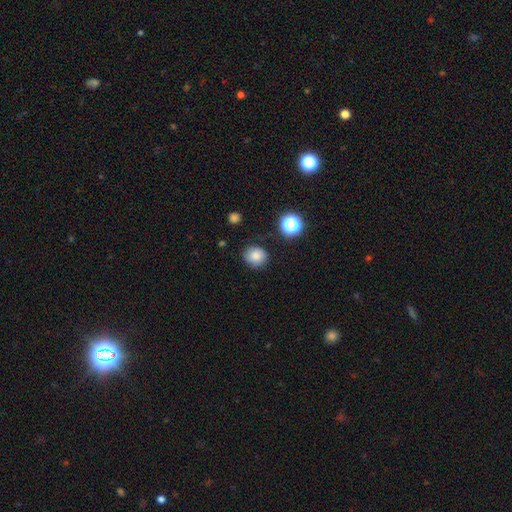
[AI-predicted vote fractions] Smooth or featured: smooth — 80% (star or artifact — 12%)
How rounded: round — 82% (in between — 17%)
Merging: none — 79% (minor disturbance — 15%)